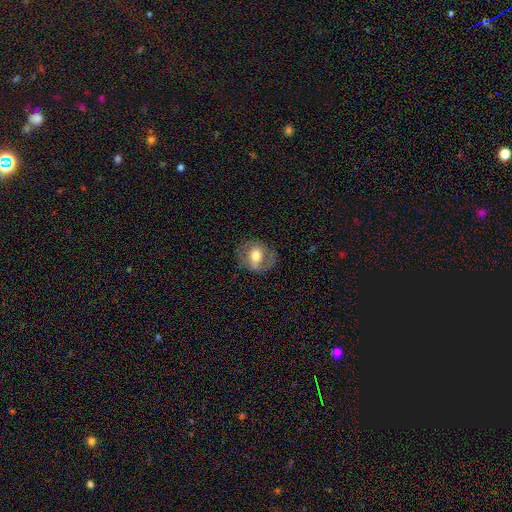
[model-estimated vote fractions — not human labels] The model was most divided on "smooth or featured": featured or disk: 51%, smooth: 41%, star or artifact: 8%. More confident: edge-on disk — no (94%); merging — none (73%).